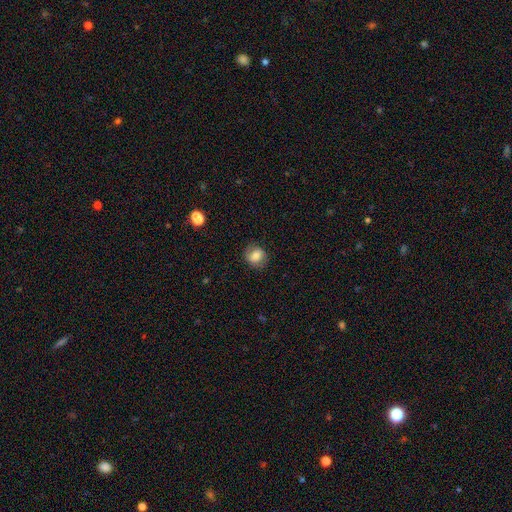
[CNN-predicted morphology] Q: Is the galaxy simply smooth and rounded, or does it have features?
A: smooth — 73%.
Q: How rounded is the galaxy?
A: round — 69%.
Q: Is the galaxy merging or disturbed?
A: none — 77%.